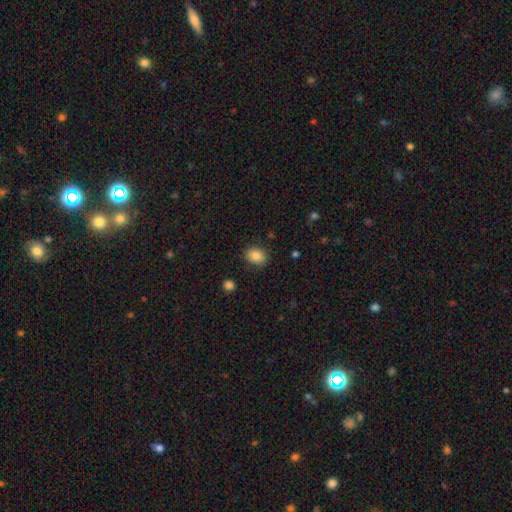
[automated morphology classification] A smooth galaxy with no disk features (84%) that is in between round and cigar-shaped (55%).

Vote fractions:
- Smooth or featured? smooth: 84% / star or artifact: 9% / featured or disk: 7%
- How rounded? in between: 55% / round: 44% / cigar-shaped: 1%
- Merging? none: 84% / minor disturbance: 12% / major disturbance: 3% / merger: 1%